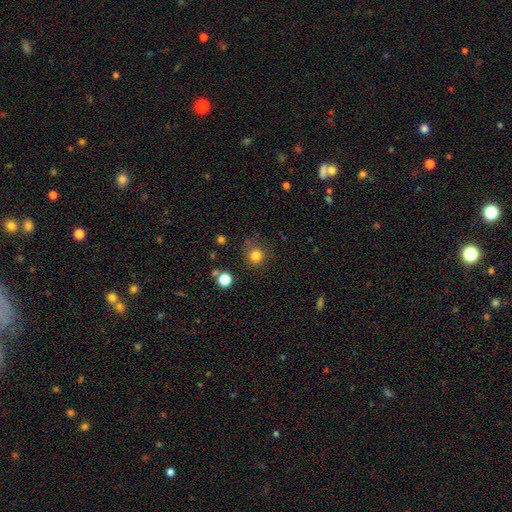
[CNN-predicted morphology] A smooth galaxy with no disk features (81%) that is round (89%).

Vote fractions:
- Smooth or featured? smooth: 81% / star or artifact: 13% / featured or disk: 5%
- How rounded? round: 89% / in between: 10% / cigar-shaped: 1%
- Merging? none: 75% / minor disturbance: 16% / major disturbance: 5% / merger: 4%